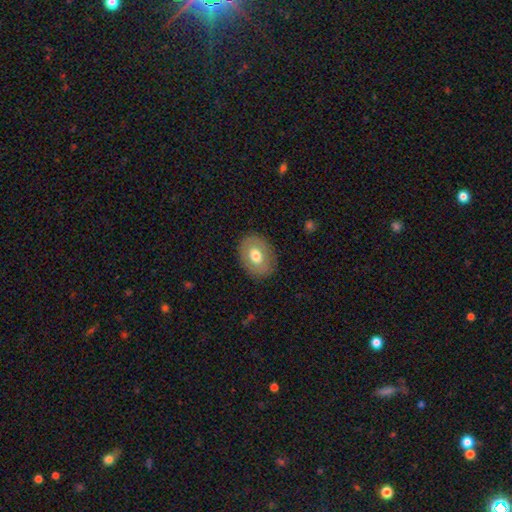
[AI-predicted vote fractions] smooth 65%, featured or disk 28%, star or artifact 7%. Down the decision tree: how rounded — in between (69%); merging — none (86%).